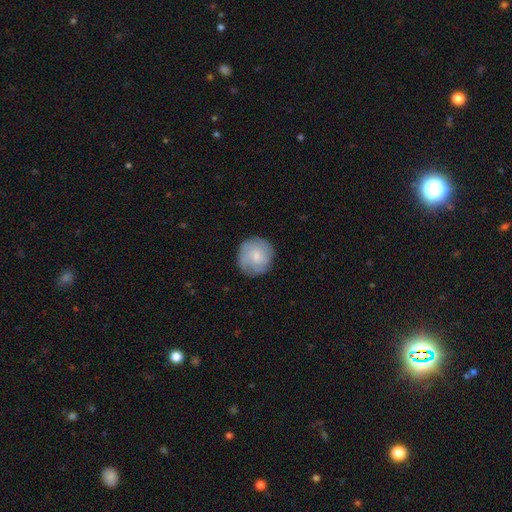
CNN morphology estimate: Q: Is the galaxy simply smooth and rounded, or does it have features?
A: smooth — 51%.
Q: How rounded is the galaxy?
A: round — 90%.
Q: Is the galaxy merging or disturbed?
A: none — 80%.